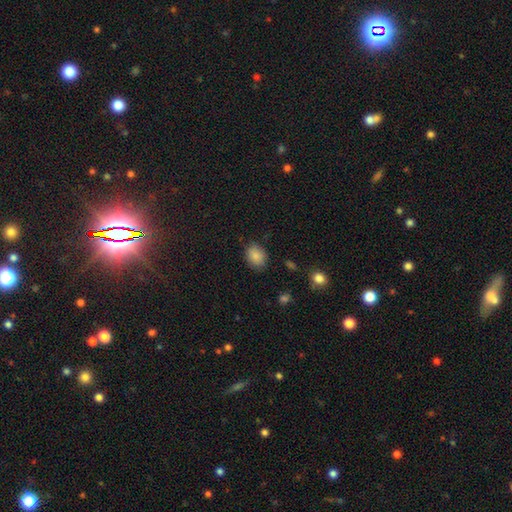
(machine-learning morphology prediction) The model was most divided on "how rounded": in between: 56%, round: 43%, cigar-shaped: 1%. More confident: smooth or featured — smooth (86%); merging — none (81%).